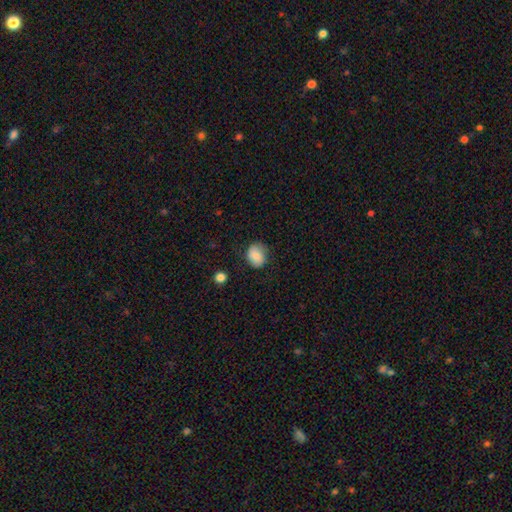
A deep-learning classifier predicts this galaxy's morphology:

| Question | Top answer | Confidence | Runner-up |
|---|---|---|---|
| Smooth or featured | smooth | 81% | featured or disk (11%) |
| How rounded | round | 53% | in between (46%) |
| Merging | none | 75% | minor disturbance (19%) |